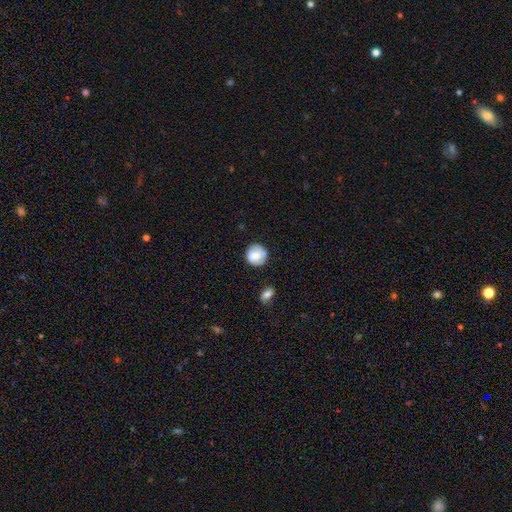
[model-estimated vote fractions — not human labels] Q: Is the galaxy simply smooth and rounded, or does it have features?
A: smooth — 77%.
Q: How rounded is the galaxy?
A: round — 90%.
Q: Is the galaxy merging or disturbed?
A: none — 76%.